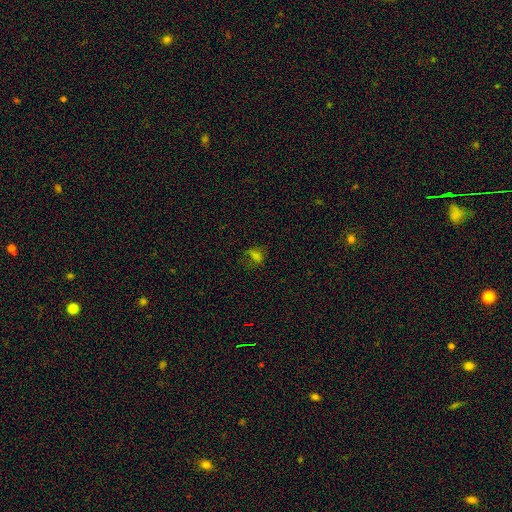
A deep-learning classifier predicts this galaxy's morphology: The model was most divided on "smooth or featured": smooth: 58%, star or artifact: 31%, featured or disk: 11%. More confident: how rounded — in between (63%); merging — none (59%).